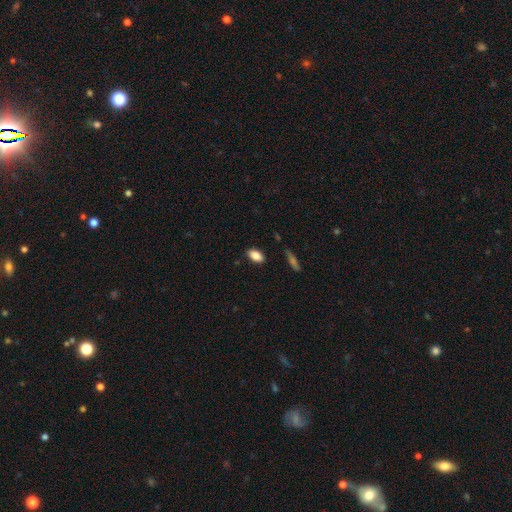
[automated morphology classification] smooth_or_featured: smooth (p=0.86) [alt: star or artifact p=0.08]
how_rounded: in between (p=0.91) [alt: round p=0.05]
merging: none (p=0.87) [alt: minor disturbance p=0.10]